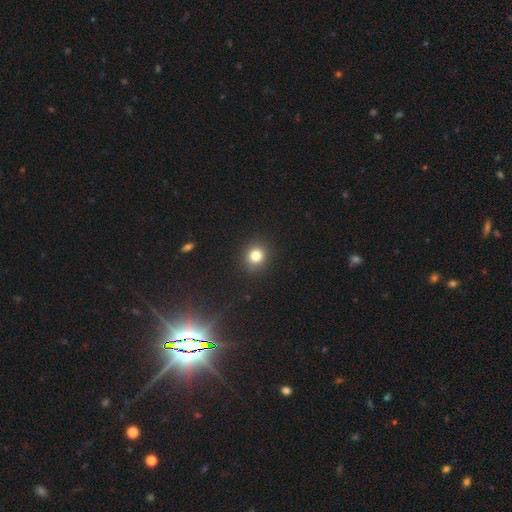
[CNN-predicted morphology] smooth 81%, star or artifact 13%, featured or disk 6%. Down the decision tree: how rounded — round (85%); merging — none (91%).